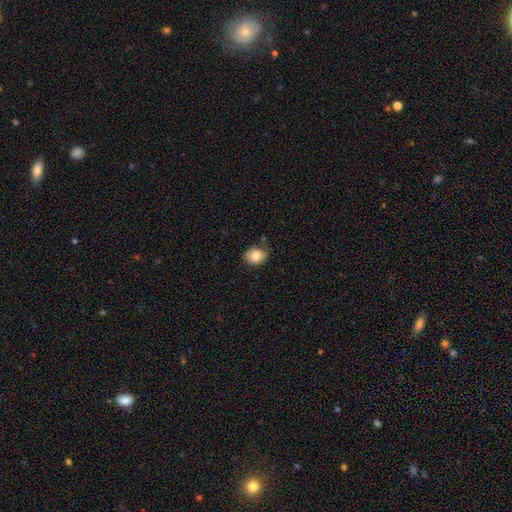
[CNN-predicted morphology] This is clearly a smooth galaxy (82%). How rounded: possibly round (53%). Merging: likely none (68%).